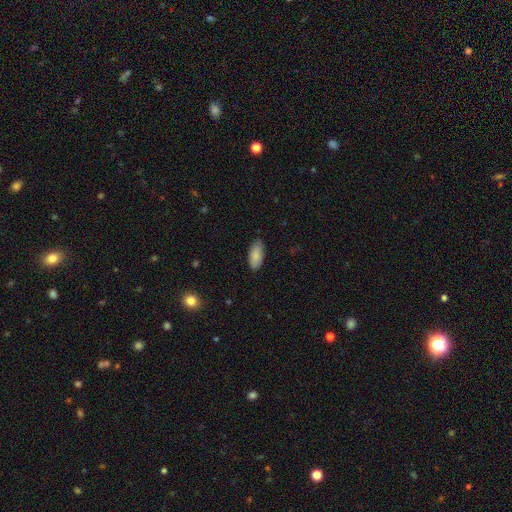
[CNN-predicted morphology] Smooth or featured? smooth (86%)
How rounded? in between (90%)
Merging? none (83%)